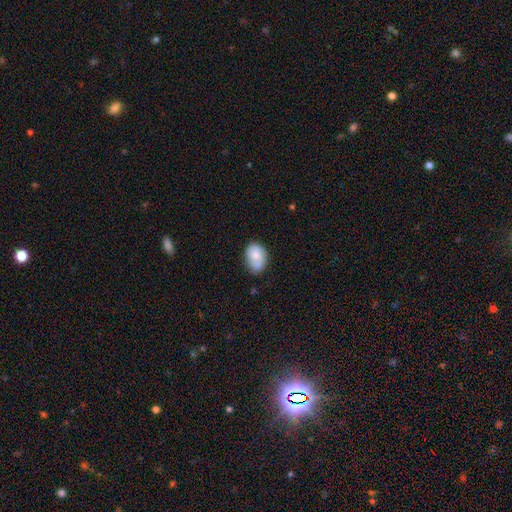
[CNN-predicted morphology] Smooth or featured? Predicted: smooth (p=0.70). How rounded? Predicted: in between (p=0.77). Merging? Predicted: none (p=0.60).